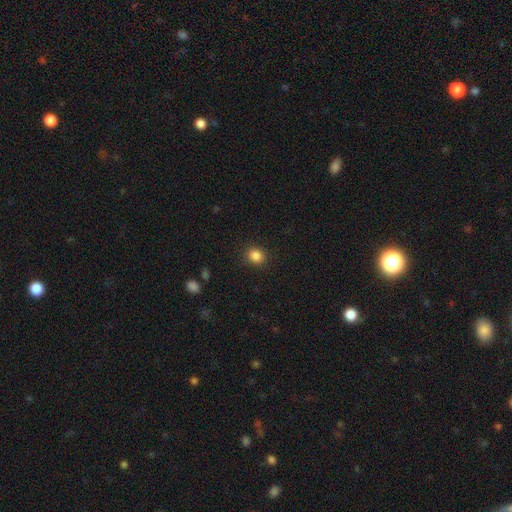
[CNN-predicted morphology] smooth 85%, star or artifact 11%, featured or disk 4%. Down the decision tree: how rounded — round (73%); merging — none (89%).